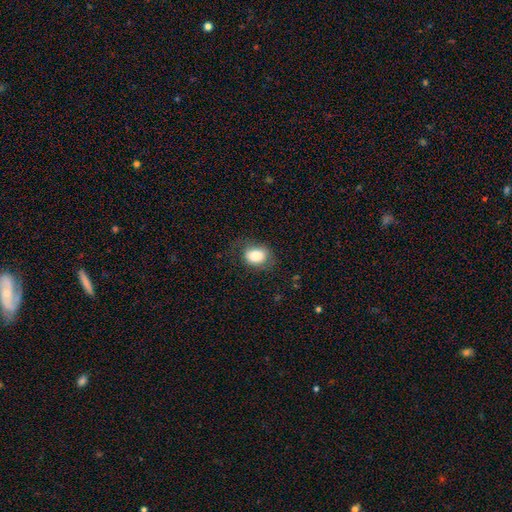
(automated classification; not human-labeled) smooth_or_featured: smooth (p=0.81) [alt: featured or disk p=0.11]
how_rounded: in between (p=0.65) [alt: round p=0.34]
merging: none (p=0.63) [alt: minor disturbance p=0.23]